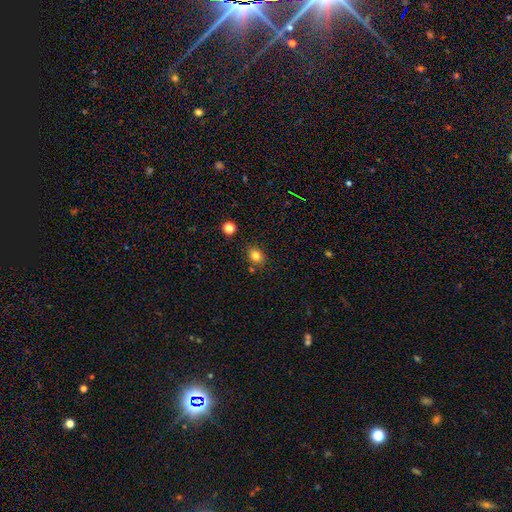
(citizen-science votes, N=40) Smooth or featured? smooth (92%)
How rounded? in between (54%)
Merging? none (69%)